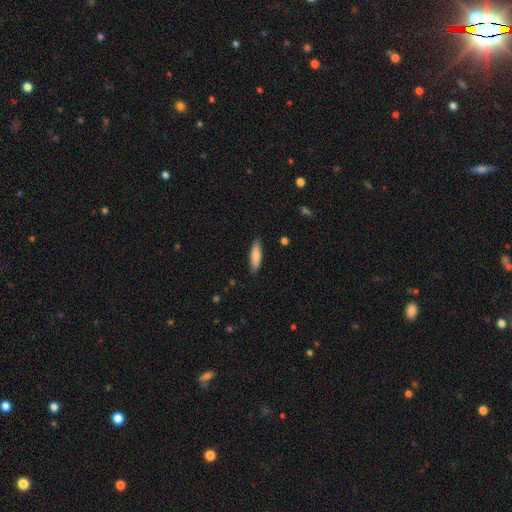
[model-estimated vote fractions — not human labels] This is likely a smooth galaxy (80%). How rounded: likely cigar-shaped (61%). Merging: clearly none (87%).